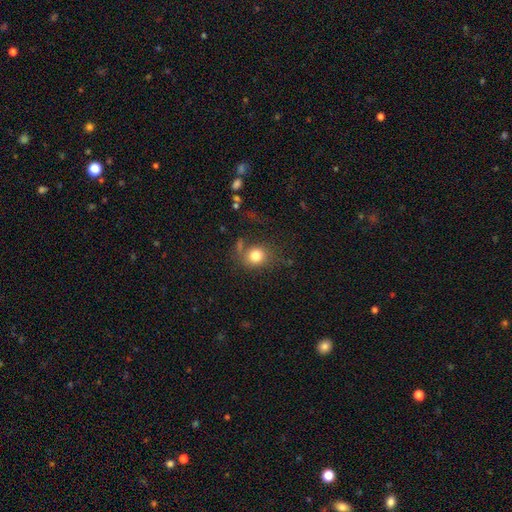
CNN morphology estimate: This is likely a smooth galaxy (79%). How rounded: likely round (73%). Merging: likely none (66%).